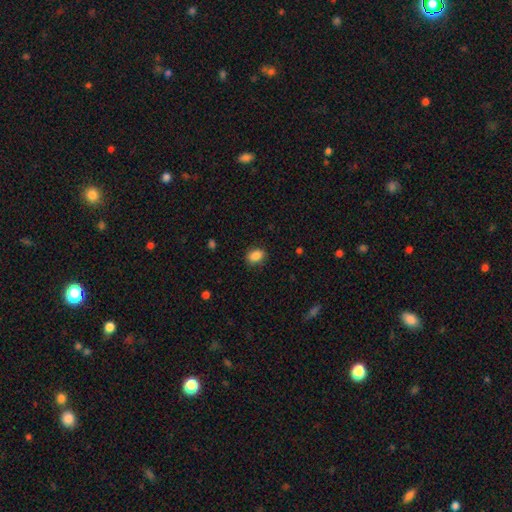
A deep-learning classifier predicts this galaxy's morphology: Q: Smooth or featured?
A: smooth (87%); runner-up: star or artifact (9%)
Q: How rounded?
A: in between (72%); runner-up: round (27%)
Q: Merging?
A: none (86%); runner-up: minor disturbance (11%)